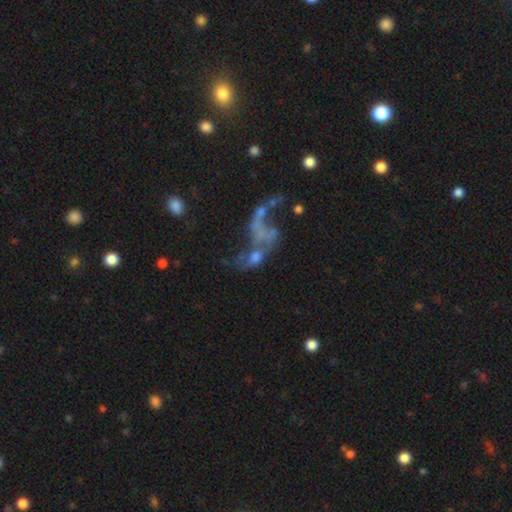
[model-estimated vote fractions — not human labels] Smooth or featured? Predicted: featured or disk (p=0.57). Edge-on disk? Predicted: no (p=0.96). Bar? Predicted: no (p=0.86). Spiral arms? Predicted: no (p=0.79). Bulge size? Predicted: none (p=0.73). Merging? Predicted: major disturbance (p=0.37).